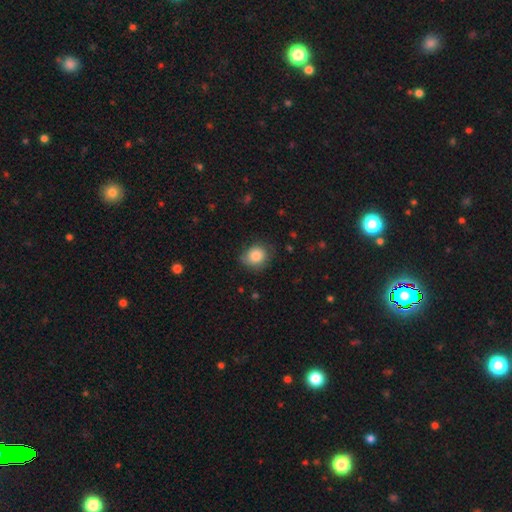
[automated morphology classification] Smooth or featured: smooth — 83% (featured or disk — 9%)
How rounded: round — 67% (in between — 32%)
Merging: none — 70% (minor disturbance — 23%)